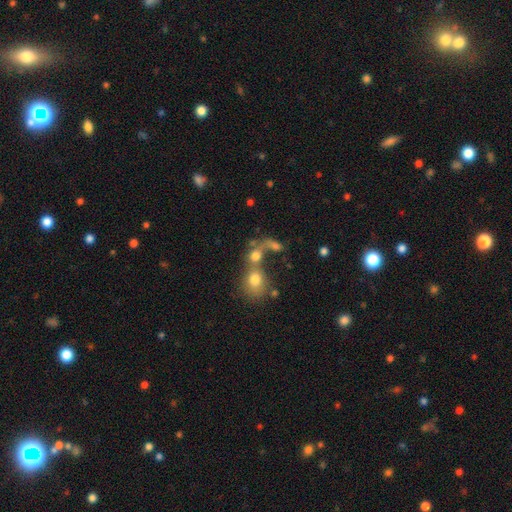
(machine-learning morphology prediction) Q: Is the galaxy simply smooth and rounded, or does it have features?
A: smooth — 68%.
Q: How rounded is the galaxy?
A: round — 58%.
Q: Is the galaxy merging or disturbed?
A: merger — 63%.